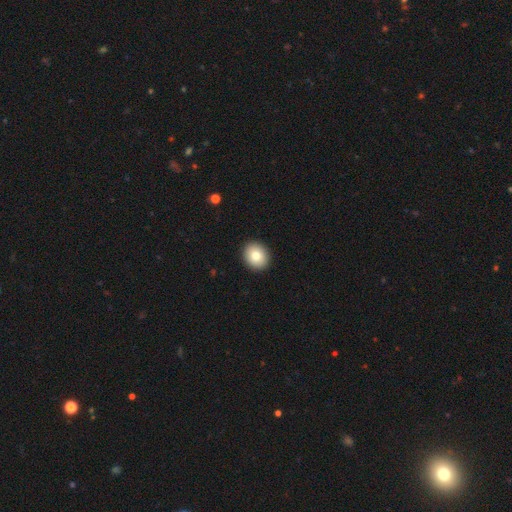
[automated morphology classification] The model was most divided on "how rounded": round: 69%, in between: 30%, cigar-shaped: 1%. More confident: merging — none (92%); smooth or featured — smooth (80%).